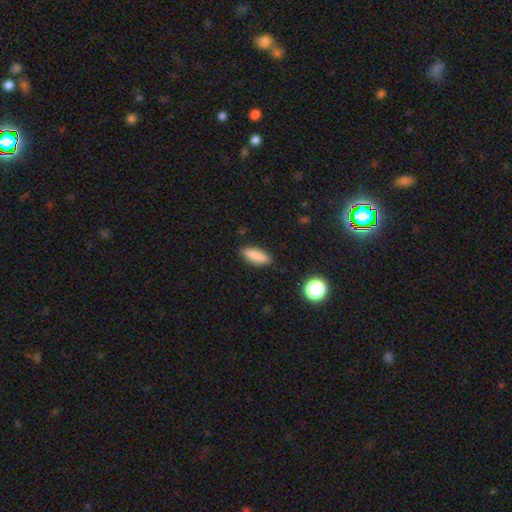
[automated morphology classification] This appears to be a smooth galaxy with no disk features (86%) that is in between round and cigar-shaped (62%). Merging: none (87%).